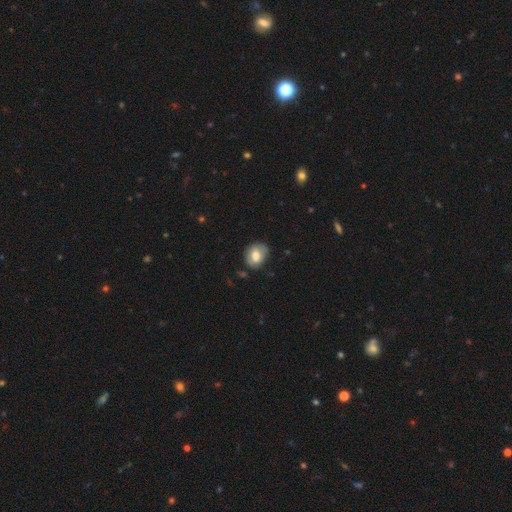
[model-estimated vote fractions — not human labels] This appears to be a smooth galaxy with no disk features (71%) that is in between round and cigar-shaped (54%). Merging: none (71%).